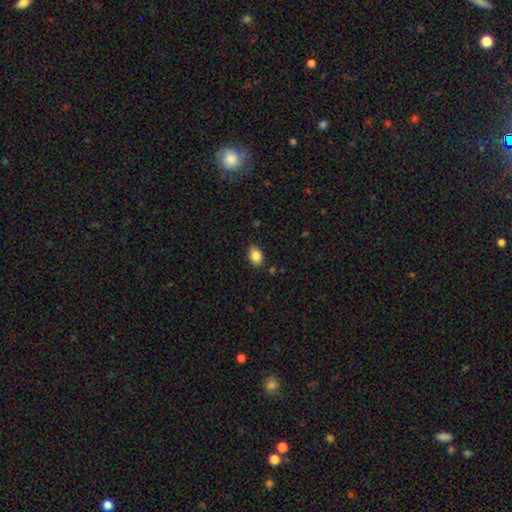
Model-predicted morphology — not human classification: type=smooth (86%); roundness=in between (81%); merging=none (85%).